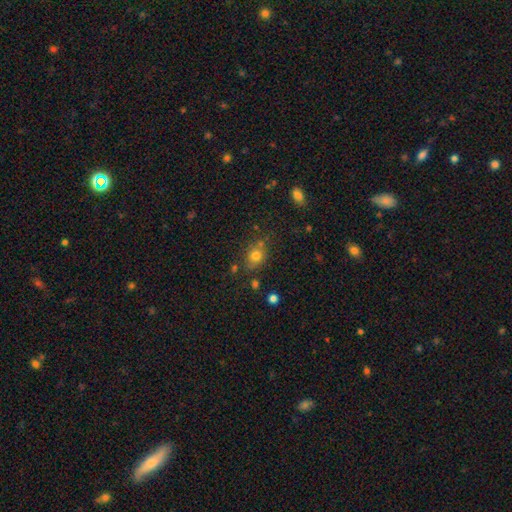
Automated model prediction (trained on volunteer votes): The model was most divided on "how rounded": round: 66%, in between: 33%, cigar-shaped: 1%. More confident: smooth or featured — smooth (76%); merging — none (70%).